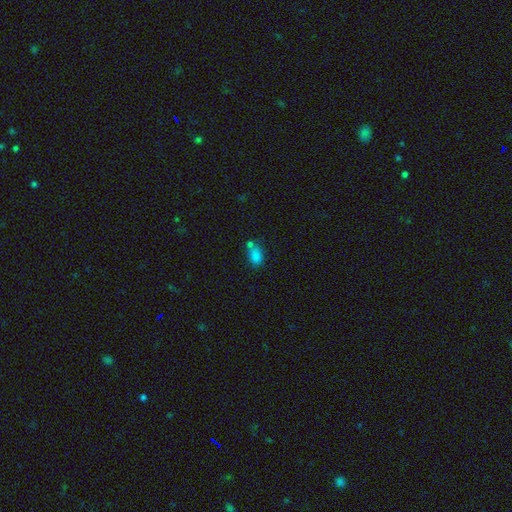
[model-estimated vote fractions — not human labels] Morphology: type=smooth (81%); roundness=in between (77%); merging=none (50%).